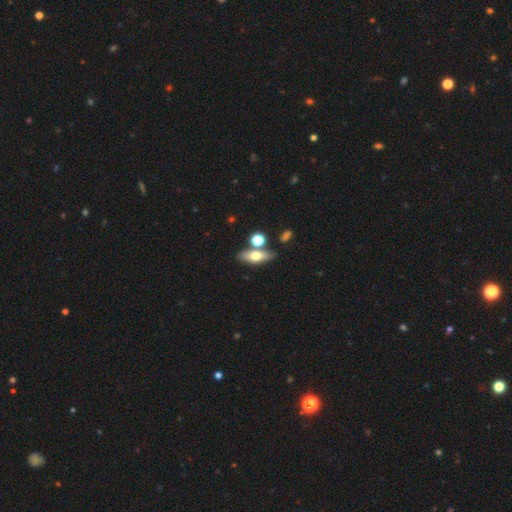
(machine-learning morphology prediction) Q: Smooth or featured?
A: smooth (58%); runner-up: featured or disk (34%)
Q: How rounded?
A: in between (59%); runner-up: cigar-shaped (33%)
Q: Merging?
A: none (69%); runner-up: merger (16%)